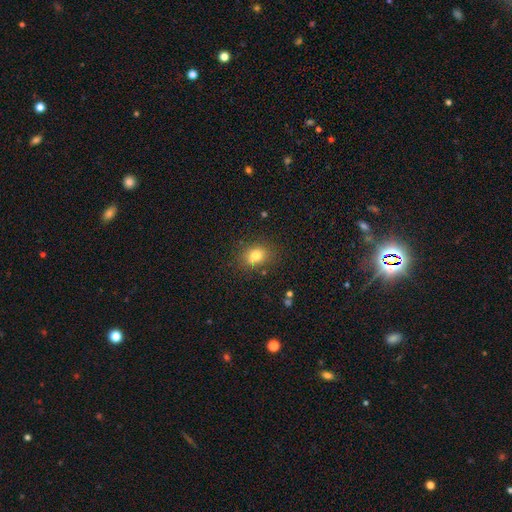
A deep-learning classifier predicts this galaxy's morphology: Smooth or featured? smooth (77%)
How rounded? round (51%)
Merging? none (75%)